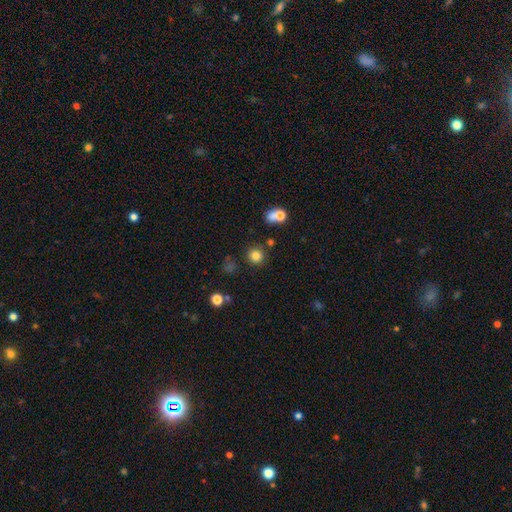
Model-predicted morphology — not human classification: Overall: smooth (81%). How rounded: round (93%). Merging: none (84%).